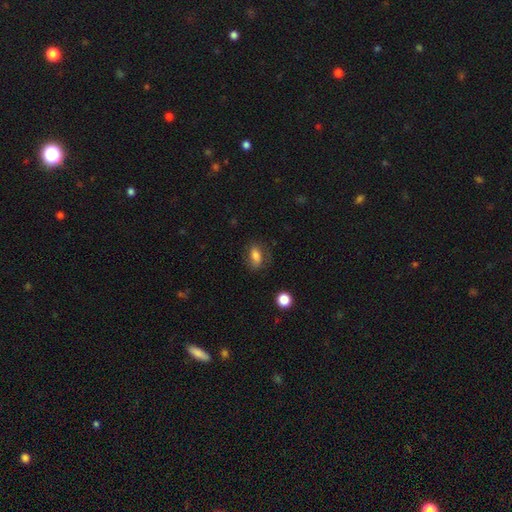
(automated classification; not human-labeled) Q: Smooth or featured?
A: smooth (74%); runner-up: featured or disk (17%)
Q: How rounded?
A: in between (83%); runner-up: round (11%)
Q: Merging?
A: none (71%); runner-up: minor disturbance (19%)